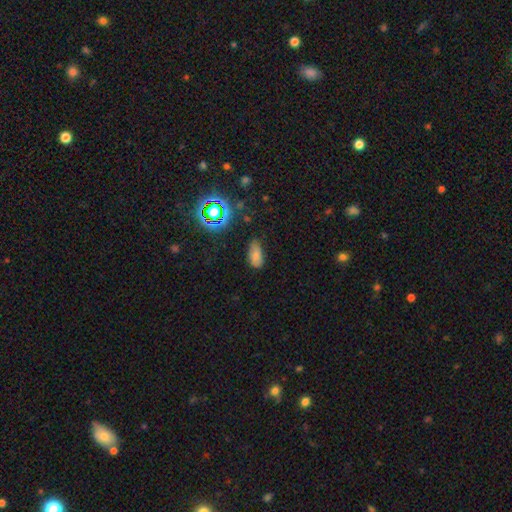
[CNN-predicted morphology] Smooth or featured: smooth — 65% (star or artifact — 19%)
How rounded: in between — 90% (round — 6%)
Merging: none — 57% (minor disturbance — 33%)